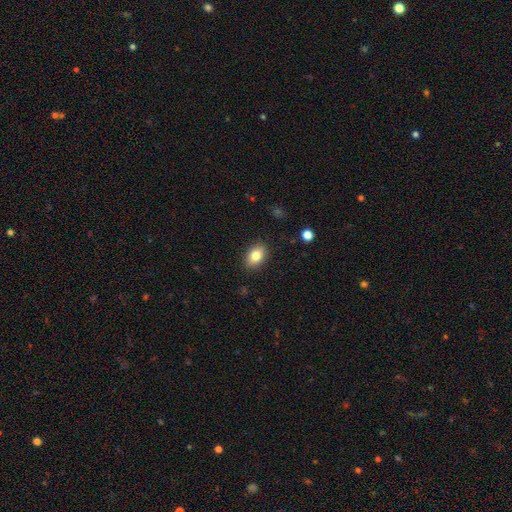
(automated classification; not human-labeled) Smooth or featured? smooth (82%)
How rounded? in between (84%)
Merging? none (88%)